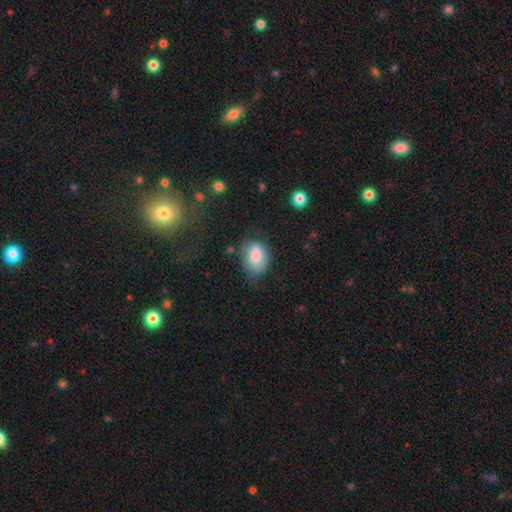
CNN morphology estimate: type=smooth (83%); roundness=in between (80%); merging=none (59%).